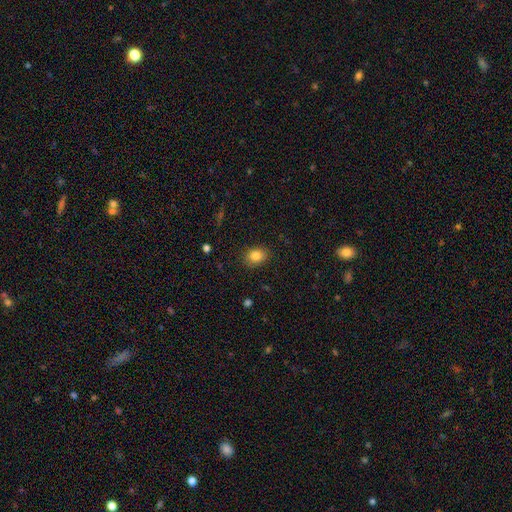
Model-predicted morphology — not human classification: Smooth or featured? smooth (85%)
How rounded? in between (61%)
Merging? none (86%)